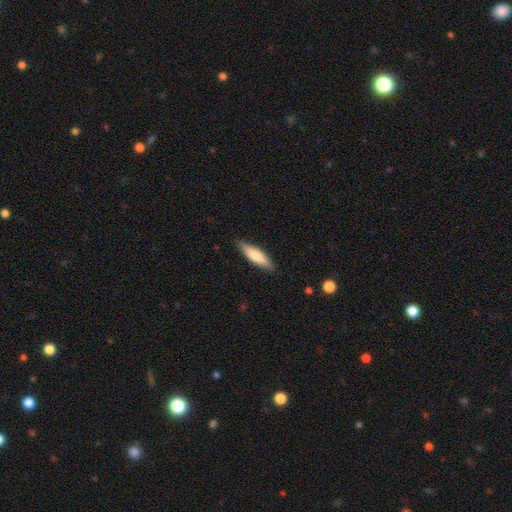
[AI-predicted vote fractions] Smooth or featured?
  - smooth: 76% *
  - featured or disk: 18%
  - star or artifact: 5%
How rounded?
  - cigar-shaped: 65% *
  - in between: 34%
  - round: 1%
Merging?
  - none: 86% *
  - minor disturbance: 11%
  - major disturbance: 2%
  - merger: 1%